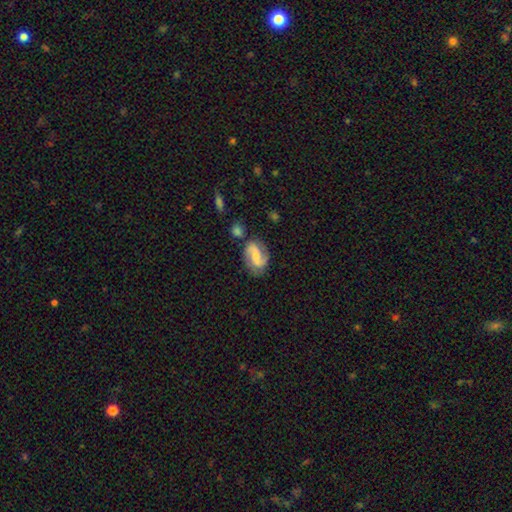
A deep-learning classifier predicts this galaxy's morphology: The model was most divided on "bar": weak: 44%, no: 39%, strong: 17%. Remaining: edge-on disk — no (97%); spiral arms — yes (95%); spiral arm count — 2 (90%); smooth or featured — featured or disk (78%); merging — none (73%); bulge size — small (49%); spiral winding — medium (46%).